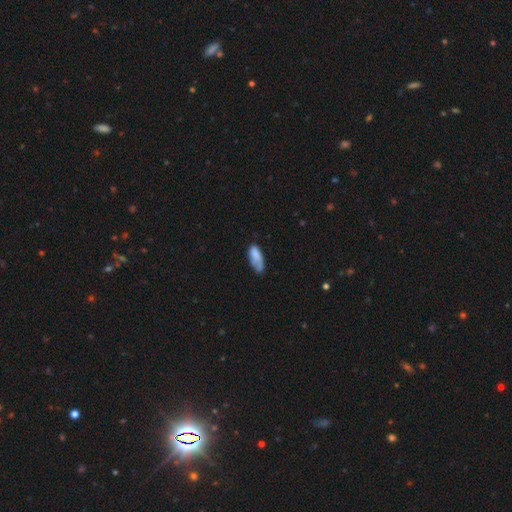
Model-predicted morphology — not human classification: Smooth or featured? smooth (73%)
How rounded? in between (82%)
Merging? none (43%)